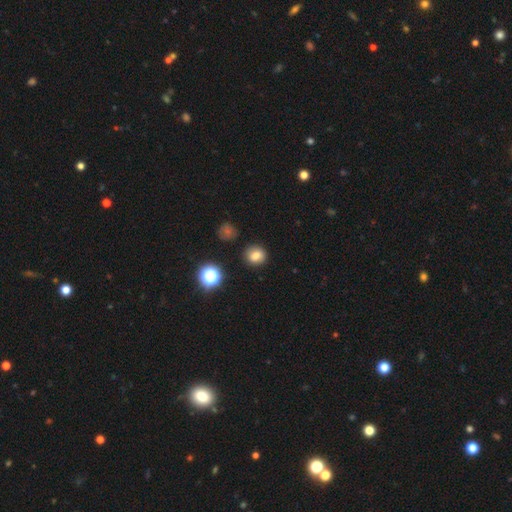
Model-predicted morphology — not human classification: This is likely a smooth galaxy (78%). How rounded: clearly round (81%). Merging: clearly none (89%).